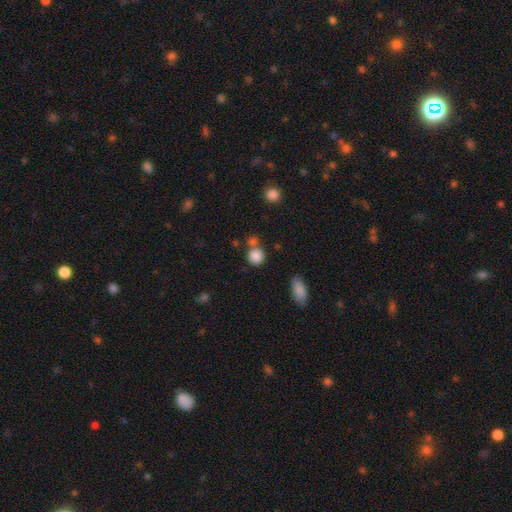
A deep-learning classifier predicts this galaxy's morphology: A smooth galaxy with no disk features (85%) that is round (86%). Merging: none (62%).